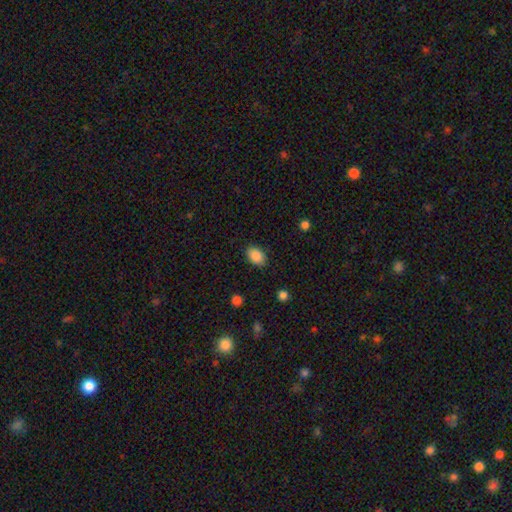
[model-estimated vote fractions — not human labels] This is clearly a smooth galaxy (87%). How rounded: clearly in between (84%). Merging: clearly none (85%).